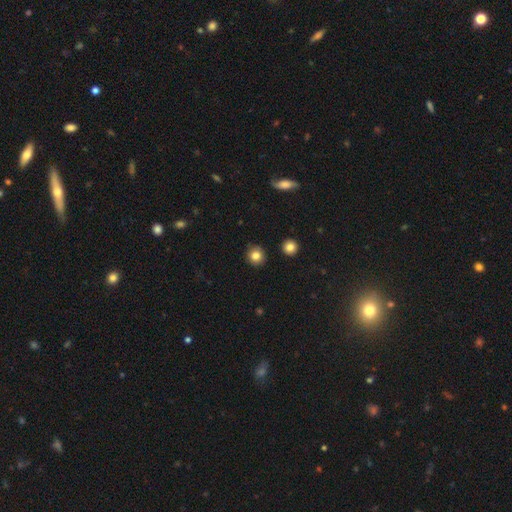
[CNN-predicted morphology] smooth_or_featured: smooth (p=0.83) [alt: star or artifact p=0.11]
how_rounded: round (p=0.92) [alt: in between p=0.07]
merging: none (p=0.90) [alt: minor disturbance p=0.07]